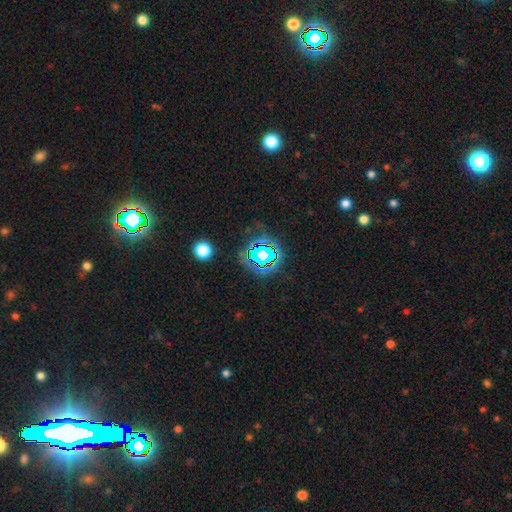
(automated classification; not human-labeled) A star or artifact, not a galaxy (75%).

Vote fractions:
- Smooth or featured? star or artifact: 75% / smooth: 15% / featured or disk: 10%